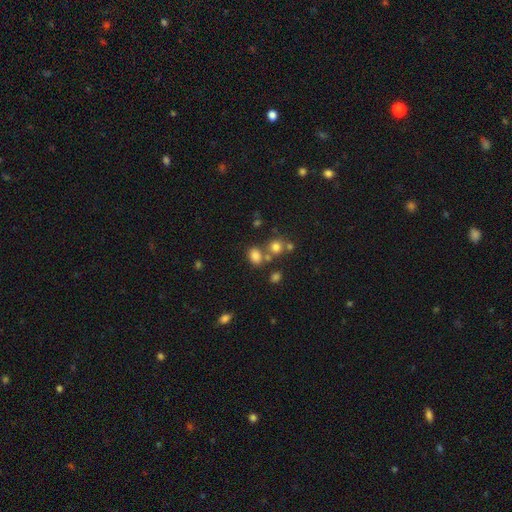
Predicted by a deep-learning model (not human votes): Smooth or featured?
  - smooth: 76% *
  - star or artifact: 15%
  - featured or disk: 9%
How rounded?
  - in between: 57% *
  - round: 41%
  - cigar-shaped: 1%
Merging?
  - none: 58% *
  - merger: 25%
  - minor disturbance: 12%
  - major disturbance: 5%